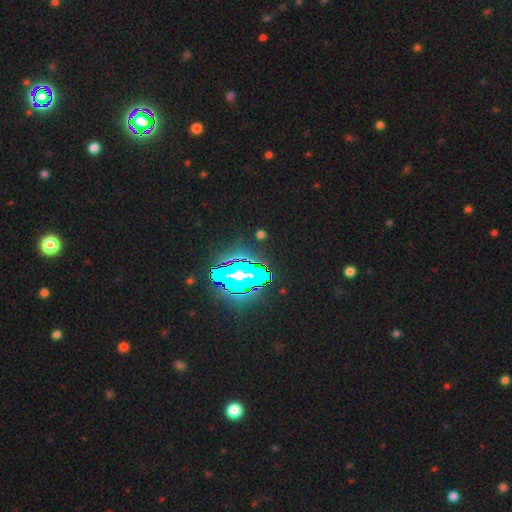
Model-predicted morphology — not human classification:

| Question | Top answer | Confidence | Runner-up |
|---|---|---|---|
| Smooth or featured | star or artifact | 84% | smooth (9%) |